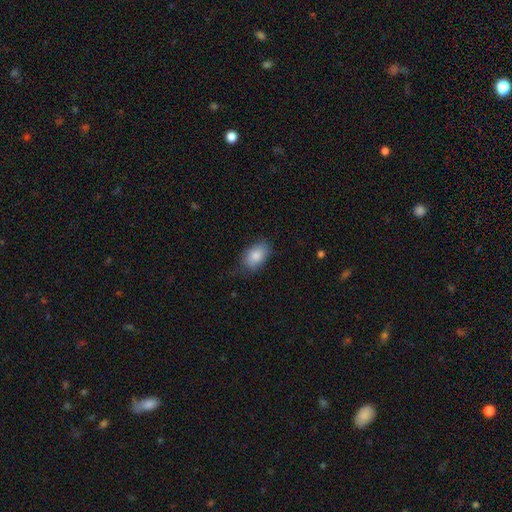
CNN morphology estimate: Smooth or featured: smooth — 86% (featured or disk — 7%)
How rounded: in between — 89% (round — 10%)
Merging: none — 69% (minor disturbance — 24%)